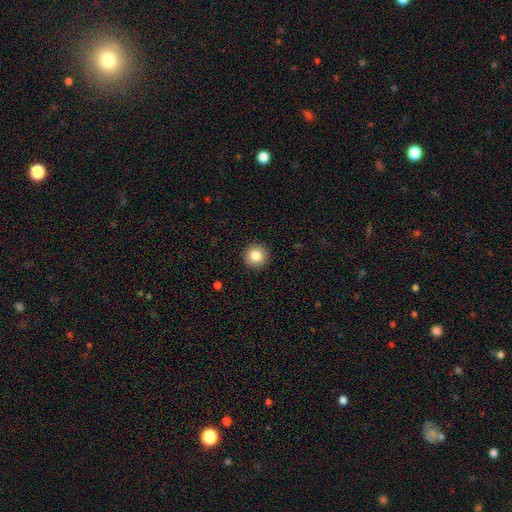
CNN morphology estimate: A smooth galaxy with no disk features (84%) that is round (96%).

Vote fractions:
- Smooth or featured? smooth: 84% / star or artifact: 10% / featured or disk: 7%
- How rounded? round: 96% / in between: 3% / cigar-shaped: 1%
- Merging? none: 93% / minor disturbance: 5% / major disturbance: 2% / merger: 1%